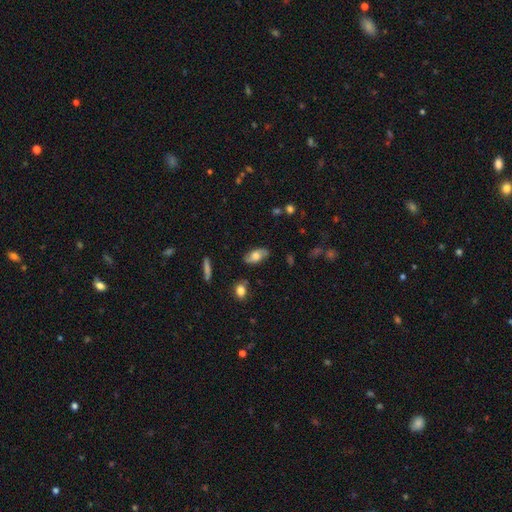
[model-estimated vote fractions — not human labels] smooth 51%, featured or disk 41%, star or artifact 7%. Down the decision tree: how rounded — in between (89%); merging — none (80%).